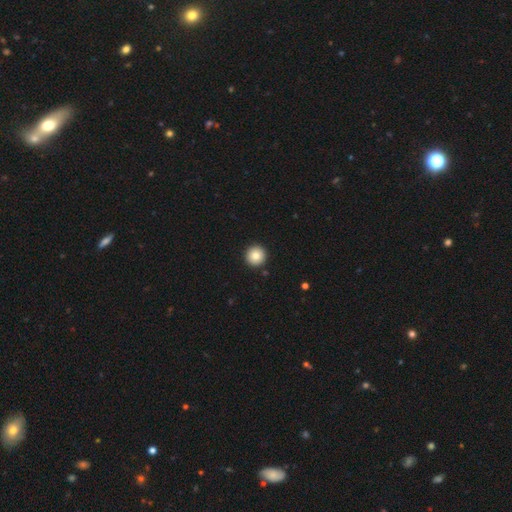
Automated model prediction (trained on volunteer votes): This appears to be a smooth galaxy with no disk features (84%) that is round (96%). Merging: none (93%).